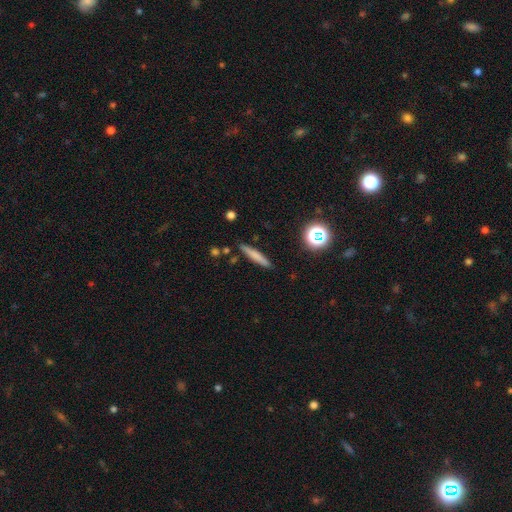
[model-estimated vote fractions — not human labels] Smooth or featured: smooth — 69% (featured or disk — 22%)
How rounded: cigar-shaped — 90% (in between — 7%)
Merging: none — 87% (minor disturbance — 8%)